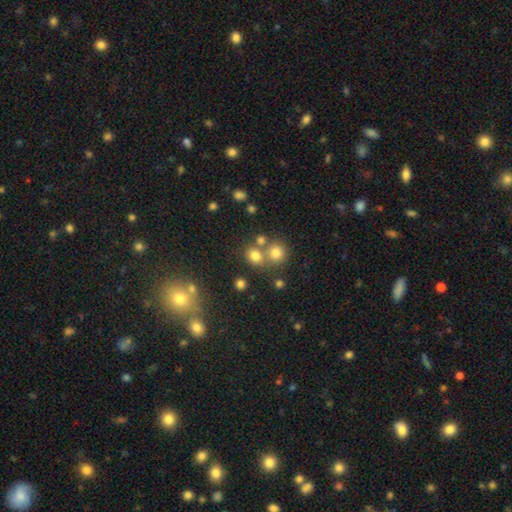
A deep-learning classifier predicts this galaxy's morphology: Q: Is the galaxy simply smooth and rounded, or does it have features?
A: smooth — 74%.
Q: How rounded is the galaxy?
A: round — 75%.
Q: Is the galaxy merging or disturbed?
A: none — 58%.